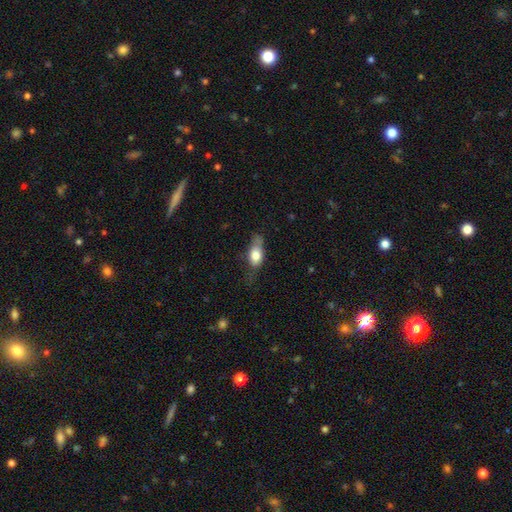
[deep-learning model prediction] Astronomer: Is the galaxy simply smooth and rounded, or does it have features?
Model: smooth — 72%.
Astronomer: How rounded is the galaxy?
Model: in between — 79%.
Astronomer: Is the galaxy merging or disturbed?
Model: none — 43% (runner-up: minor disturbance, 36%).